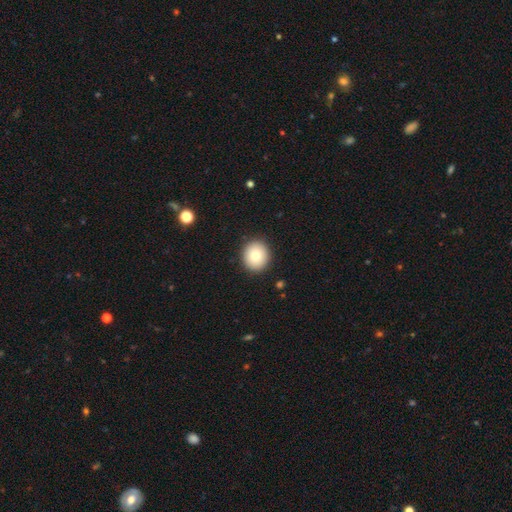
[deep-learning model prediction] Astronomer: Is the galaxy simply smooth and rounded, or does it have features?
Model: smooth — 79%.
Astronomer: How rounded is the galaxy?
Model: round — 81%.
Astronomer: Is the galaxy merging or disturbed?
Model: none — 91%.